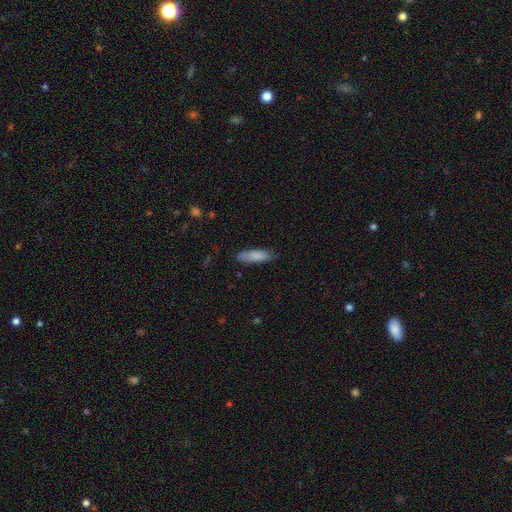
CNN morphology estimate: The model was most divided on "how rounded": cigar-shaped: 57%, in between: 41%, round: 1%. More confident: smooth or featured — smooth (84%); merging — none (81%).